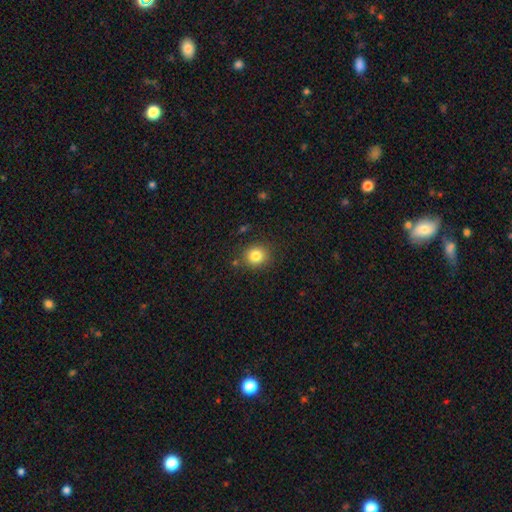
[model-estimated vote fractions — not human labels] Overall: smooth (82%). How rounded: round (84%). Merging: none (85%).